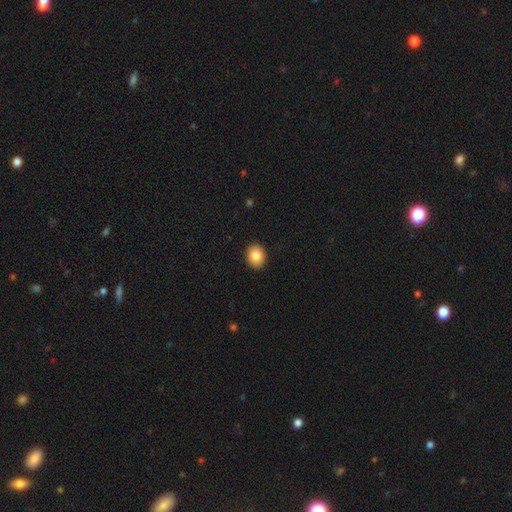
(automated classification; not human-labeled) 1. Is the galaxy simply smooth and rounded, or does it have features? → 85% smooth, 8% star or artifact, 7% featured or disk.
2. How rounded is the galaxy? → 50% in between, 49% round, 1% cigar-shaped.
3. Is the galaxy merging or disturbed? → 92% none, 6% minor disturbance, 2% major disturbance, 1% merger.